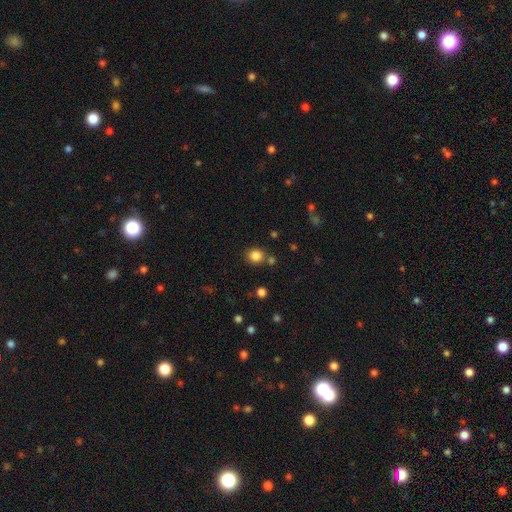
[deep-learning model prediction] Smooth or featured: smooth — 84% (star or artifact — 12%)
How rounded: round — 81% (in between — 18%)
Merging: none — 78% (merger — 10%)